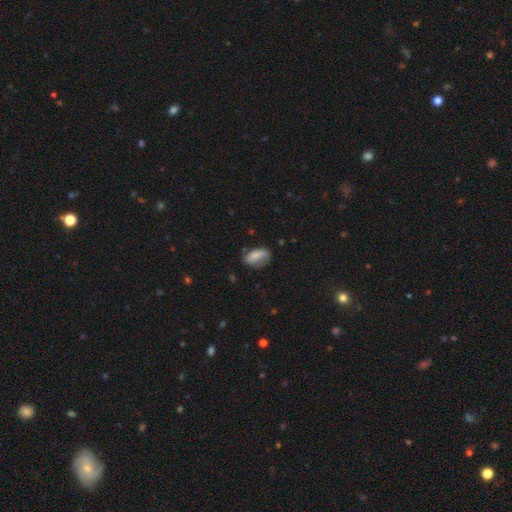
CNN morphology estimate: Smooth or featured? smooth (72%)
How rounded? in between (88%)
Merging? none (55%)